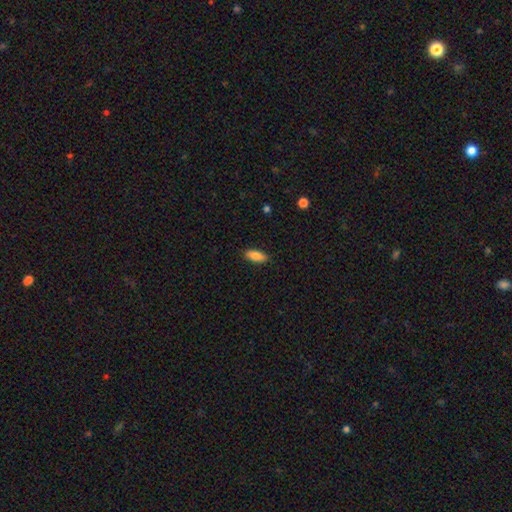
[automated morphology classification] smooth_or_featured: smooth (p=0.85) [alt: featured or disk p=0.08]
how_rounded: in between (p=0.79) [alt: cigar-shaped p=0.19]
merging: none (p=0.87) [alt: minor disturbance p=0.10]